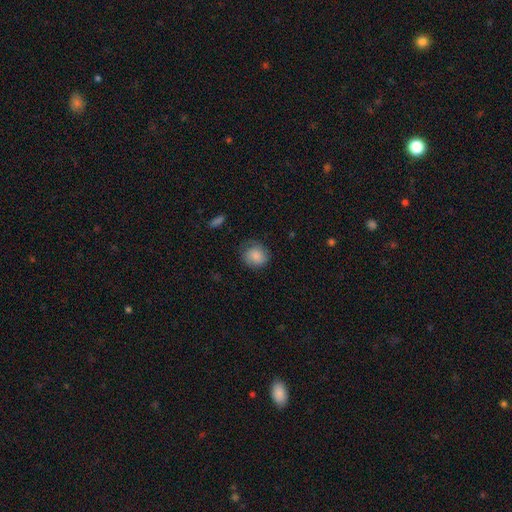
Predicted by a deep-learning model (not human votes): Smooth or featured?
  - smooth: 80% *
  - featured or disk: 13%
  - star or artifact: 7%
How rounded?
  - round: 78% *
  - in between: 21%
  - cigar-shaped: 1%
Merging?
  - none: 68% *
  - minor disturbance: 23%
  - major disturbance: 8%
  - merger: 1%